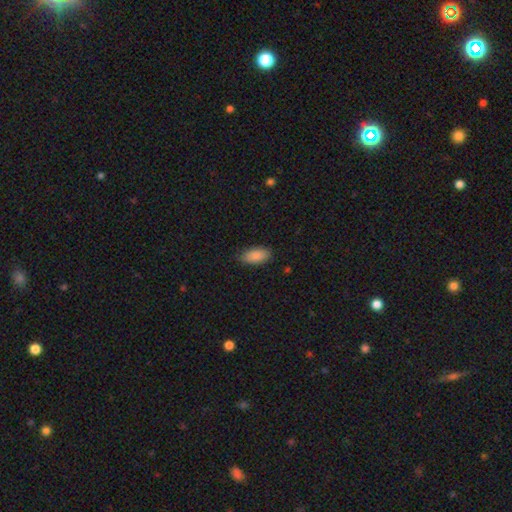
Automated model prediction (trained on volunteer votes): A smooth galaxy with no disk features (88%) that is in between round and cigar-shaped (90%).

Vote fractions:
- Smooth or featured? smooth: 88% / star or artifact: 7% / featured or disk: 5%
- How rounded? in between: 90% / cigar-shaped: 8% / round: 2%
- Merging? none: 82% / minor disturbance: 14% / major disturbance: 3% / merger: 1%